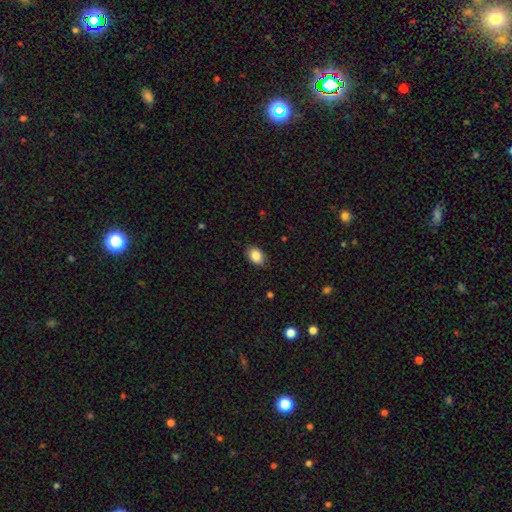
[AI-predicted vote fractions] Q: Smooth or featured?
A: smooth (87%); runner-up: star or artifact (8%)
Q: How rounded?
A: in between (78%); runner-up: round (21%)
Q: Merging?
A: none (85%); runner-up: minor disturbance (12%)